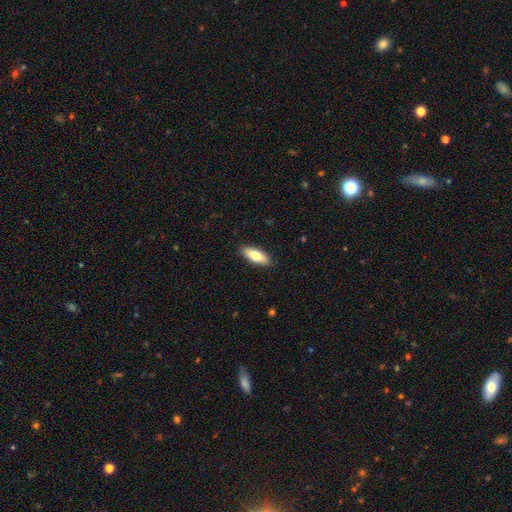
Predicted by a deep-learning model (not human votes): The model was most divided on "how rounded": in between: 70%, cigar-shaped: 28%, round: 2%. More confident: merging — none (89%); smooth or featured — smooth (72%).